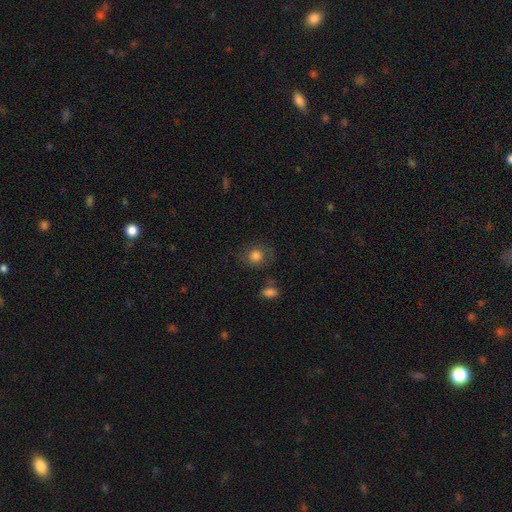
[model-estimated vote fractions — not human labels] smooth-or-featured: smooth: 80% | star or artifact: 11% | featured or disk: 9%
  how-rounded: round: 76% | in between: 23% | cigar-shaped: 1%
  merging: none: 73% | minor disturbance: 16% | major disturbance: 7% | merger: 4%